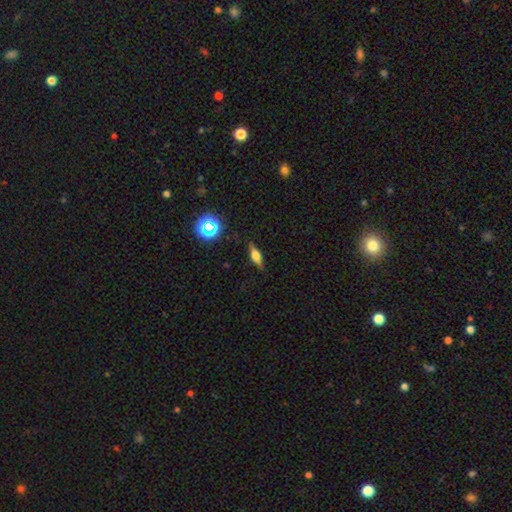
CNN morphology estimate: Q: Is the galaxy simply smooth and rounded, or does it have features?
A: featured or disk — 51%.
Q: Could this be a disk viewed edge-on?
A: yes — 93%.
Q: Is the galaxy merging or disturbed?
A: none — 85%.